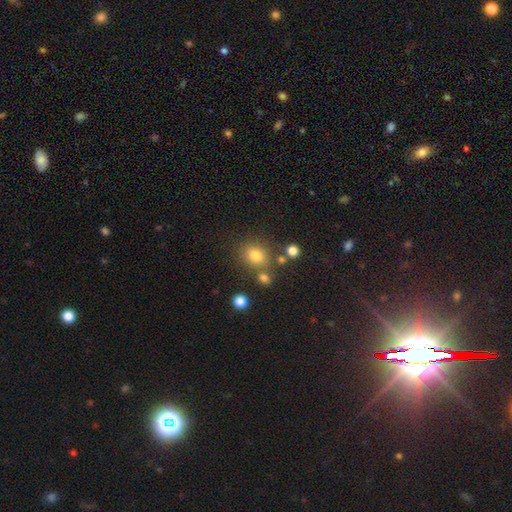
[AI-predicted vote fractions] Morphology: type=smooth (77%); roundness=round (59%); merging=none (70%).